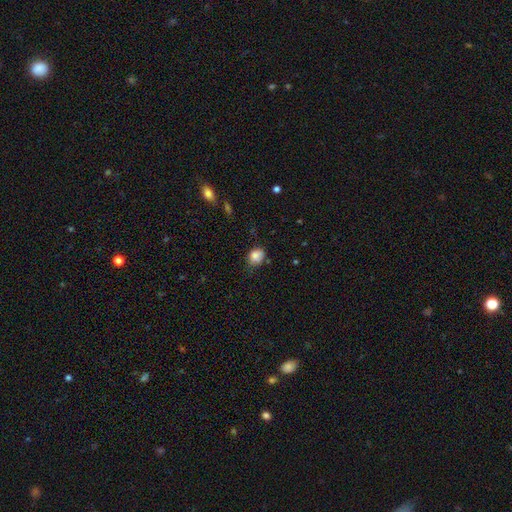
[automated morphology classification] Smooth or featured? smooth (84%)
How rounded? round (50%)
Merging? none (61%)